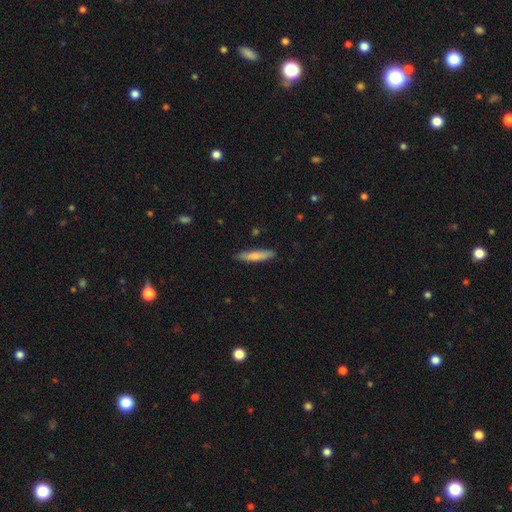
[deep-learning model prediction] Q: Smooth or featured?
A: smooth (72%); runner-up: featured or disk (23%)
Q: How rounded?
A: cigar-shaped (85%); runner-up: in between (14%)
Q: Merging?
A: none (84%); runner-up: minor disturbance (13%)